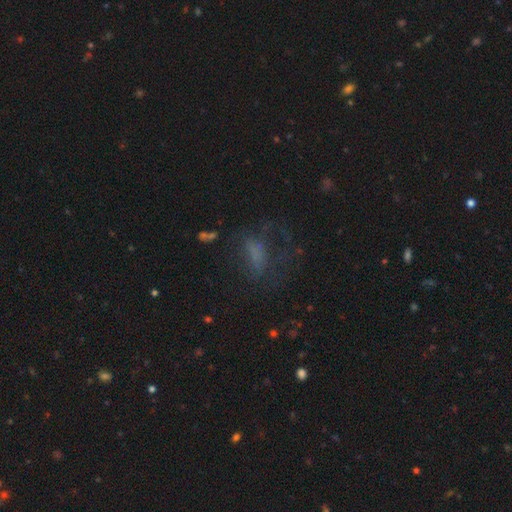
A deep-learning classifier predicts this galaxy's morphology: Smooth or featured? Predicted: smooth (p=0.45). Merging? Predicted: none (p=0.42).